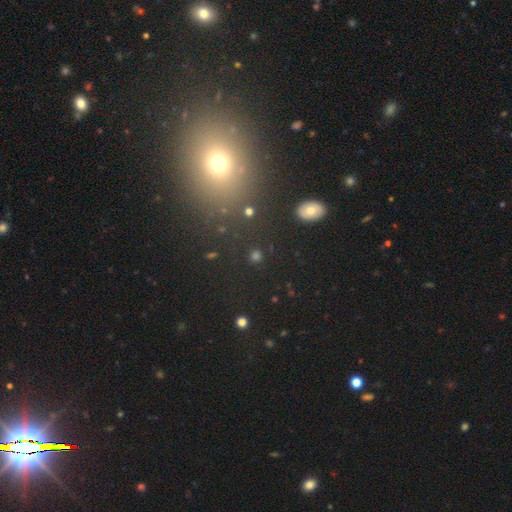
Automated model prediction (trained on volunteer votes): smooth-or-featured: smooth: 60% | star or artifact: 29% | featured or disk: 11%
  how-rounded: round: 78% | in between: 20% | cigar-shaped: 3%
  merging: none: 83% | minor disturbance: 8% | major disturbance: 4% | merger: 4%